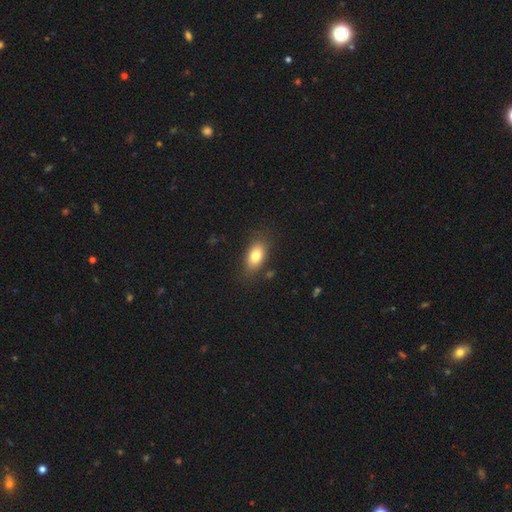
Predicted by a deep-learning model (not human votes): Smooth or featured?
  - smooth: 80% *
  - featured or disk: 12%
  - star or artifact: 8%
How rounded?
  - in between: 87% *
  - round: 8%
  - cigar-shaped: 5%
Merging?
  - none: 82% *
  - minor disturbance: 13%
  - major disturbance: 3%
  - merger: 2%